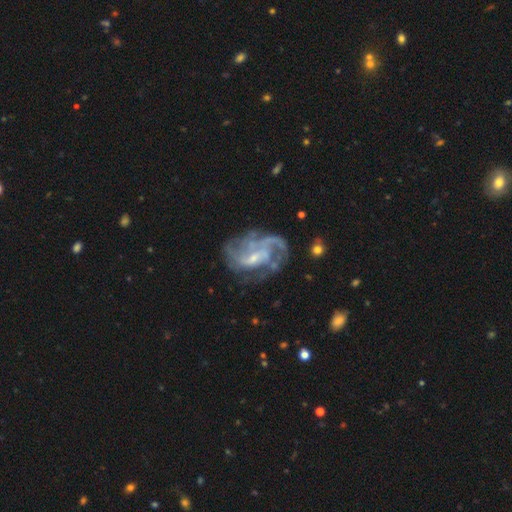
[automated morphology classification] This is clearly a featured or disk galaxy (84%). It is clearly not viewed edge-on (98%). Bar: possibly weak (46%). Spiral arm pattern: clearly yes (91%). Spiral arm count: marginally can't tell (28%). Spiral winding: marginally medium (44%). Central bulge: likely small (61%). Merging: possibly none (53%).